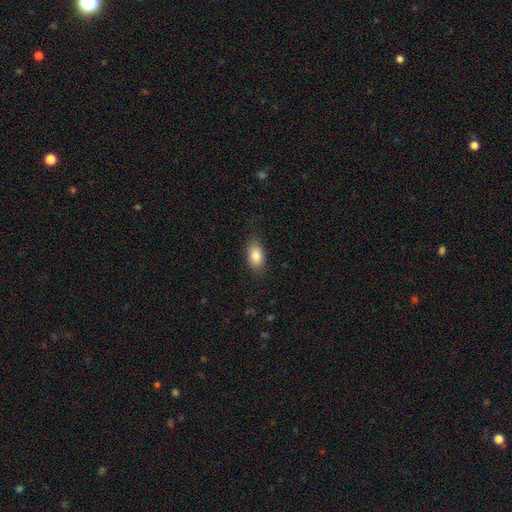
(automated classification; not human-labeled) The model was most divided on "merging": none: 82%, minor disturbance: 14%, major disturbance: 4%, merger: 1%. More confident: how rounded — in between (90%); smooth or featured — smooth (83%).